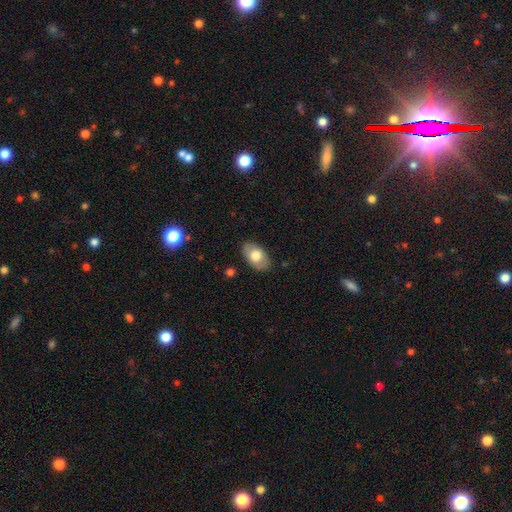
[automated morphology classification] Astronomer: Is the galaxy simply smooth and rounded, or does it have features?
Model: smooth — 69%.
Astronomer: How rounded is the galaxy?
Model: in between — 93%.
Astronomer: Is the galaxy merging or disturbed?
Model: none — 84%.